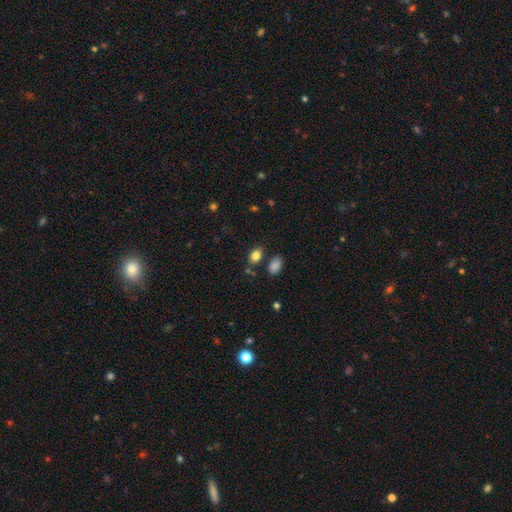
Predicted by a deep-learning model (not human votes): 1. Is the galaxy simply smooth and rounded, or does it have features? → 83% smooth, 10% star or artifact, 6% featured or disk.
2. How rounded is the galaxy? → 81% in between, 18% round, 1% cigar-shaped.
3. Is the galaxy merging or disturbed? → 75% none, 13% minor disturbance, 8% merger, 4% major disturbance.